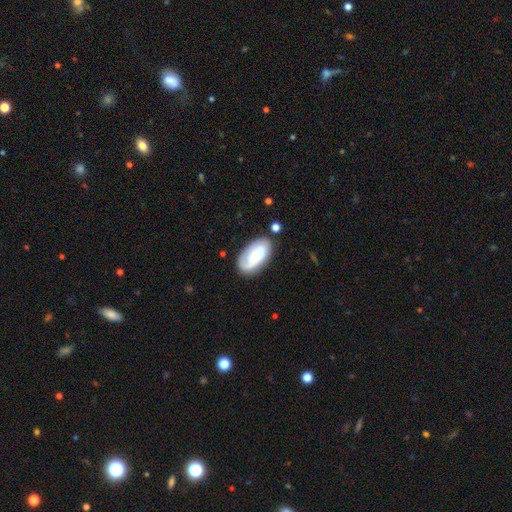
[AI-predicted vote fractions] smooth-or-featured: featured or disk: 51% | smooth: 42% | star or artifact: 6%
  disk-edge-on: no: 95% | yes: 5%
  merging: none: 72% | minor disturbance: 18% | major disturbance: 6% | merger: 4%